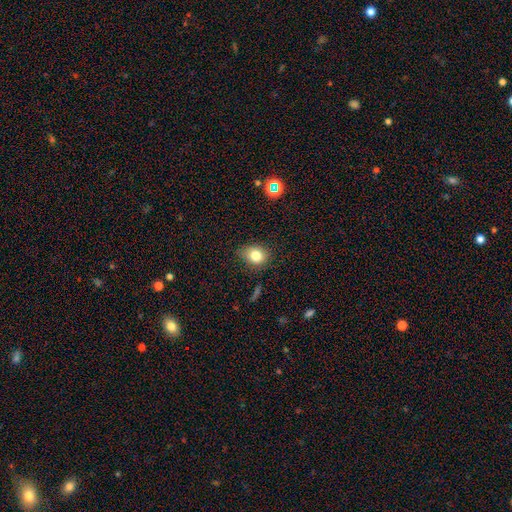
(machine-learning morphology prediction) Smooth or featured? smooth (79%)
How rounded? round (53%)
Merging? none (75%)